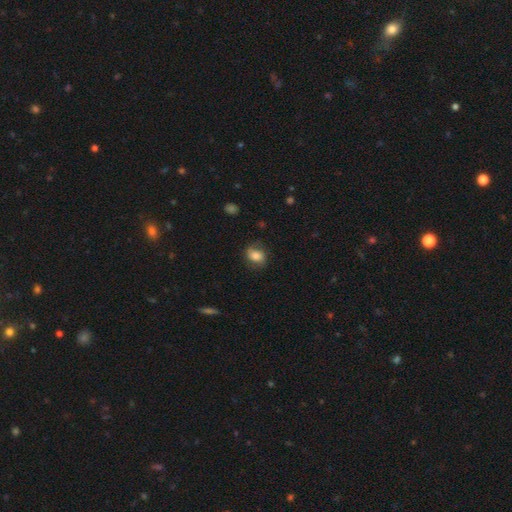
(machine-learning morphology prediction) Smooth or featured? smooth (74%)
How rounded? in between (61%)
Merging? none (69%)